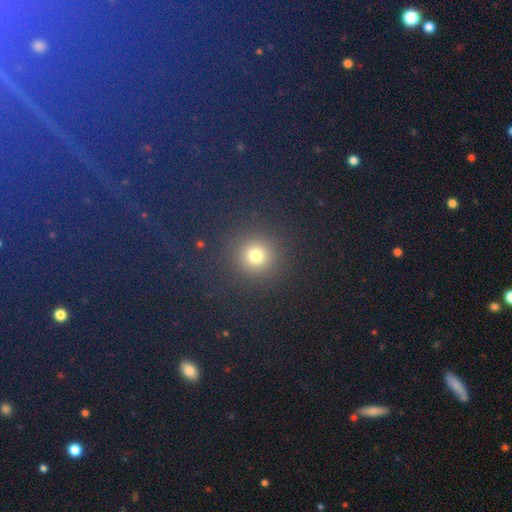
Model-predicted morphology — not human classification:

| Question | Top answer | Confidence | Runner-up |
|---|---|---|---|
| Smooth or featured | smooth | 73% | star or artifact (21%) |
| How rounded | round | 93% | in between (6%) |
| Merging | none | 87% | minor disturbance (6%) |